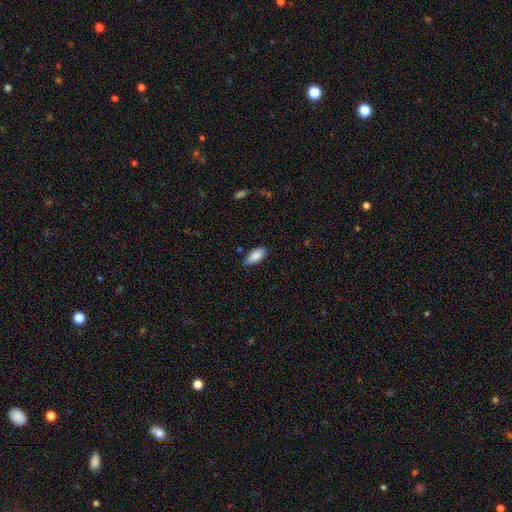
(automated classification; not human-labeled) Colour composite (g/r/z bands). It shows a smooth galaxy with no disk features (88%) that is in between round and cigar-shaped (89%). Merging: none (73%).